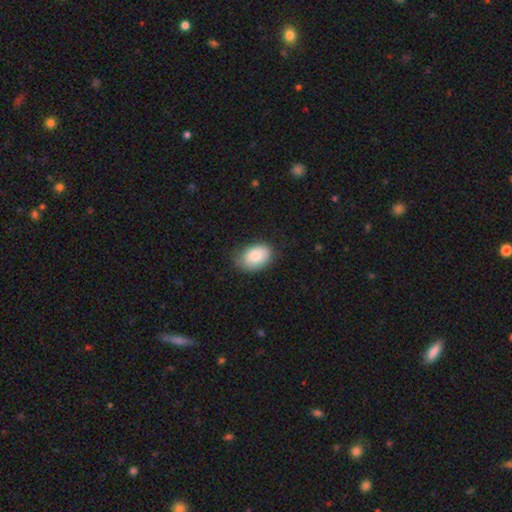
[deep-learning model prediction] A smooth galaxy with no disk features (85%) that is in between round and cigar-shaped (85%).

Vote fractions:
- Smooth or featured? smooth: 85% / featured or disk: 9% / star or artifact: 7%
- How rounded? in between: 85% / round: 14% / cigar-shaped: 1%
- Merging? none: 72% / minor disturbance: 23% / major disturbance: 5% / merger: 1%